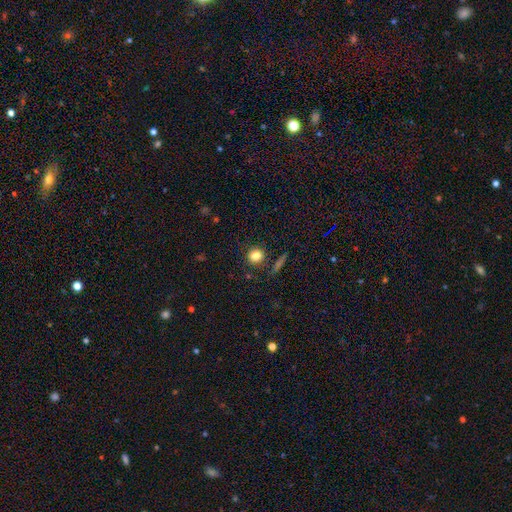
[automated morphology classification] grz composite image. It shows a smooth galaxy with no disk features (82%) that is round (86%). Merging: none (83%).